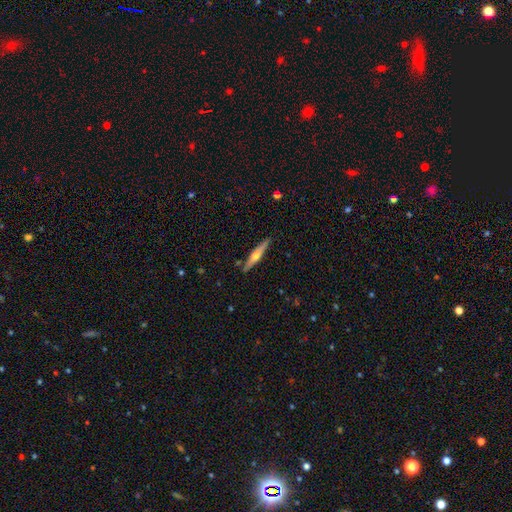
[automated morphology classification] Smooth or featured: featured or disk — 61% (smooth — 34%)
Edge-on disk: yes — 96% (no — 4%)
Edge-on bulge: rounded — 90% (none — 6%)
Merging: none — 87% (minor disturbance — 9%)